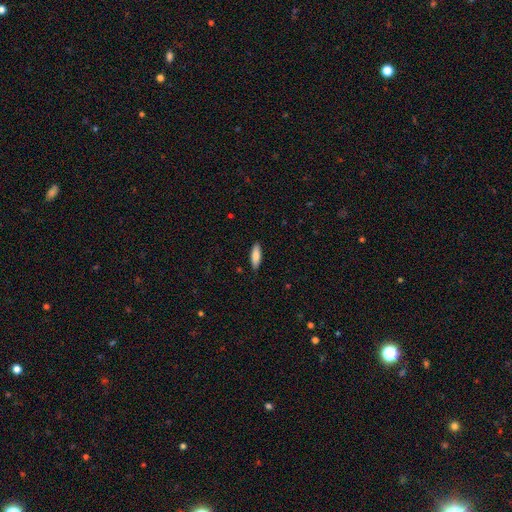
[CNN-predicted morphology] smooth-or-featured: smooth: 83% | featured or disk: 11% | star or artifact: 6%
  how-rounded: in between: 55% | cigar-shaped: 43% | round: 2%
  merging: none: 87% | minor disturbance: 10% | major disturbance: 2% | merger: 1%